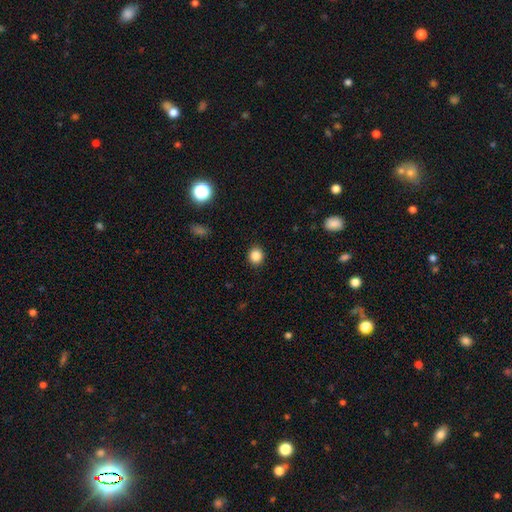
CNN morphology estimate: A smooth galaxy with no disk features (85%) that is round (79%).

Vote fractions:
- Smooth or featured? smooth: 85% / star or artifact: 11% / featured or disk: 4%
- How rounded? round: 79% / in between: 20% / cigar-shaped: 1%
- Merging? none: 91% / minor disturbance: 6% / major disturbance: 2% / merger: 1%